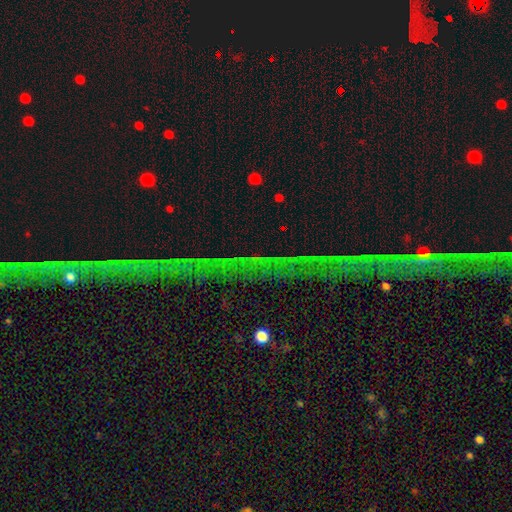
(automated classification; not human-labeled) Smooth or featured? star or artifact (75%)